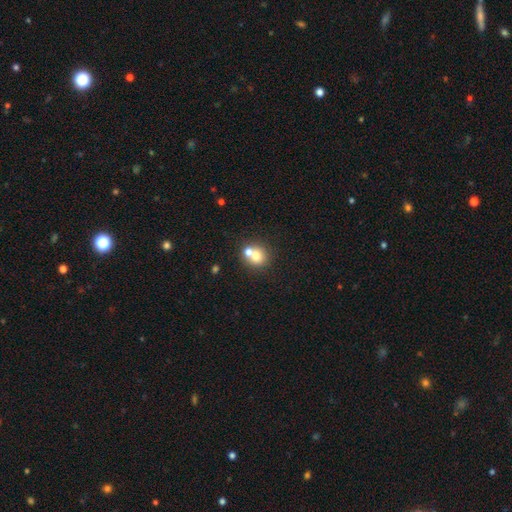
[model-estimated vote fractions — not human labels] smooth-or-featured: smooth: 70% | featured or disk: 18% | star or artifact: 12%
  how-rounded: round: 81% | in between: 18% | cigar-shaped: 1%
  merging: merger: 46% | none: 44% | minor disturbance: 7% | major disturbance: 3%